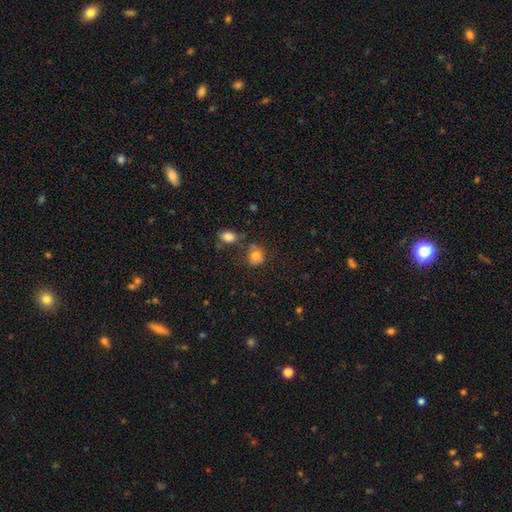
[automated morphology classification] Smooth or featured? smooth (77%)
How rounded? round (66%)
Merging? none (58%)